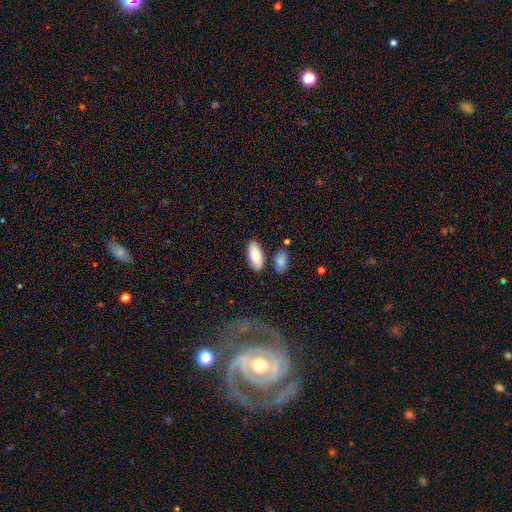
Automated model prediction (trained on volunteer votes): The model was most divided on "merging": none: 77%, minor disturbance: 12%, merger: 8%, major disturbance: 3%. More confident: how rounded — in between (89%); smooth or featured — smooth (82%).